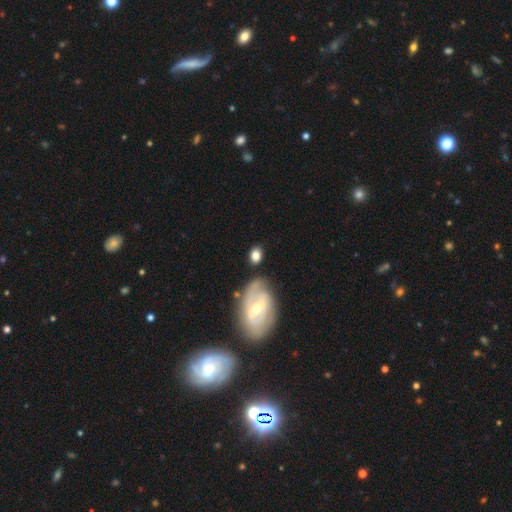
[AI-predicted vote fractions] A smooth galaxy with no disk features (73%) that is in between round and cigar-shaped (57%).

Vote fractions:
- Smooth or featured? smooth: 73% / featured or disk: 19% / star or artifact: 7%
- How rounded? in between: 57% / round: 40% / cigar-shaped: 2%
- Merging? none: 71% / minor disturbance: 17% / merger: 6% / major disturbance: 6%